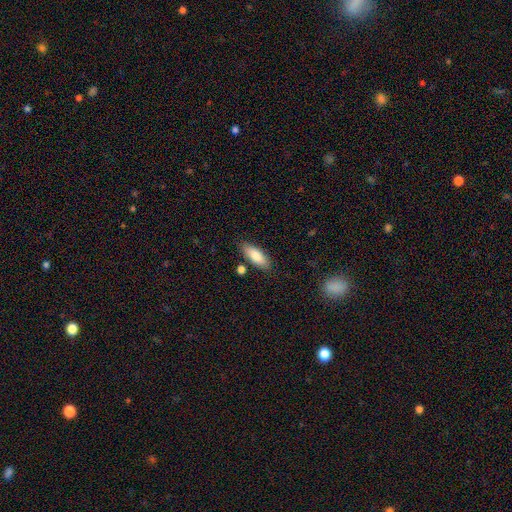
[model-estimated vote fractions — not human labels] This appears to be a smooth galaxy with no disk features (82%) that is in between round and cigar-shaped (70%). Merging: none (82%).